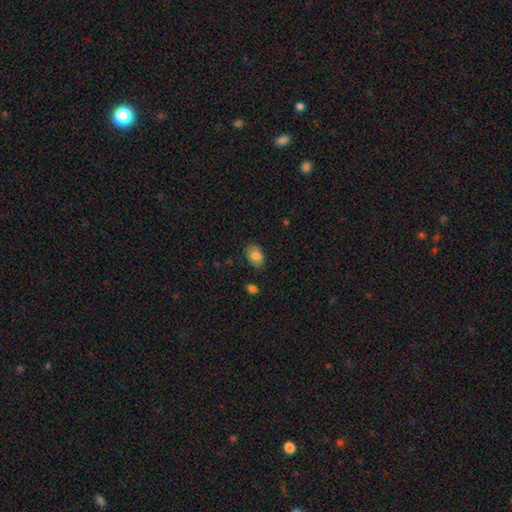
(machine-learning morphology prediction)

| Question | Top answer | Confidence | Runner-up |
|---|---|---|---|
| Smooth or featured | smooth | 83% | featured or disk (9%) |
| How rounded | in between | 83% | round (16%) |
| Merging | none | 82% | minor disturbance (14%) |